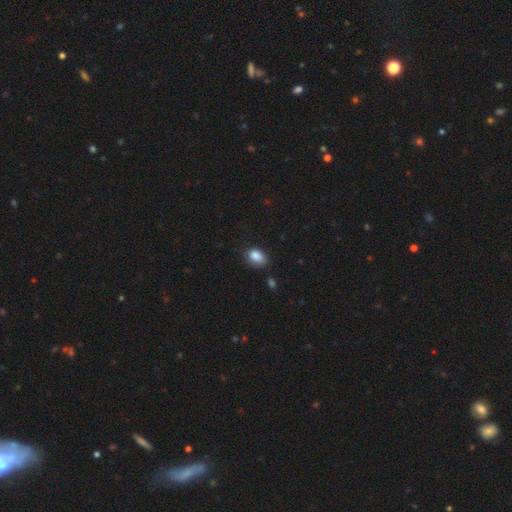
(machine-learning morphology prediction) A smooth galaxy with no disk features (86%) that is in between round and cigar-shaped (80%). Merging: none (67%).